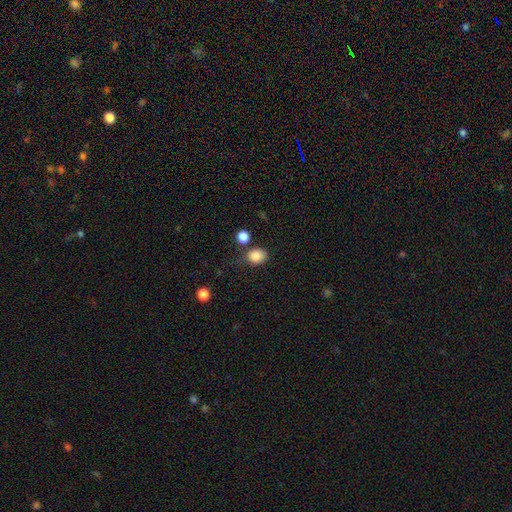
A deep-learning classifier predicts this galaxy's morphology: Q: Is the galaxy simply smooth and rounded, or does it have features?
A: smooth — 86%.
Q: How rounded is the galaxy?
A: round — 56%.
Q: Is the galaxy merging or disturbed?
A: none — 68%.